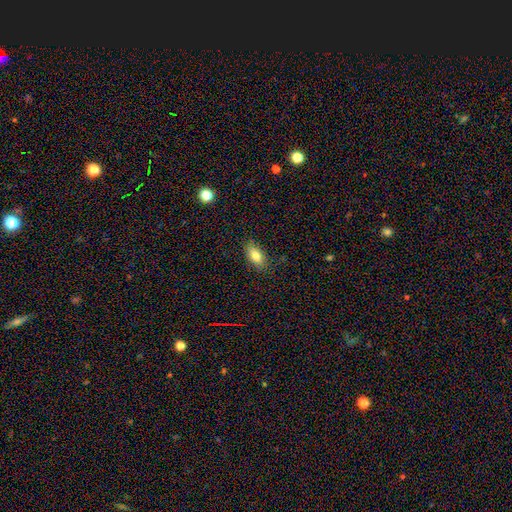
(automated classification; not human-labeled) Smooth or featured: smooth — 81% (featured or disk — 11%)
How rounded: in between — 88% (cigar-shaped — 7%)
Merging: none — 84% (minor disturbance — 13%)